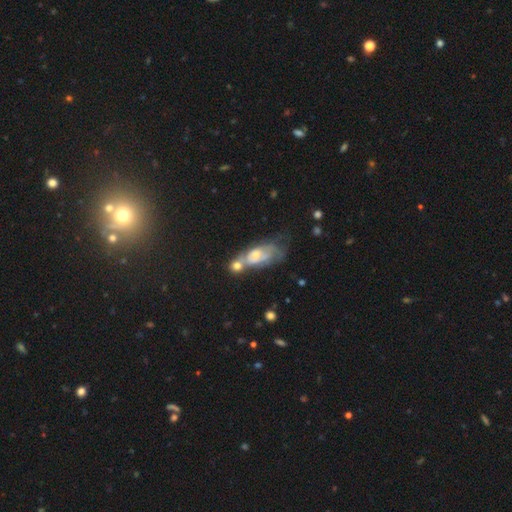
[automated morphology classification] Q: Smooth or featured?
A: featured or disk (52%); runner-up: smooth (37%)
Q: Edge-on disk?
A: no (87%); runner-up: yes (13%)
Q: Merging?
A: merger (37%); runner-up: none (25%)